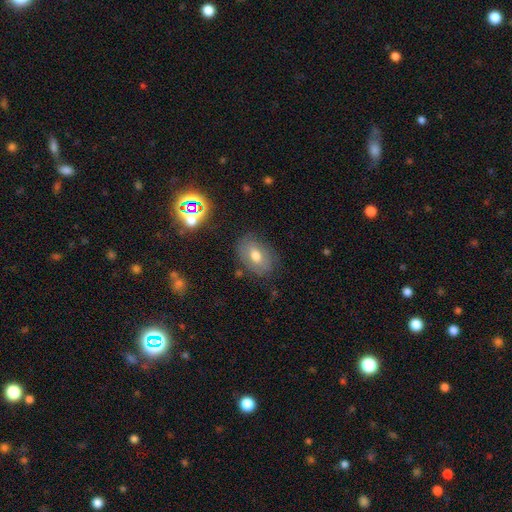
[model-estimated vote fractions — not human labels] Q: Smooth or featured?
A: smooth (58%); runner-up: featured or disk (31%)
Q: How rounded?
A: in between (82%); runner-up: round (17%)
Q: Merging?
A: none (74%); runner-up: minor disturbance (18%)